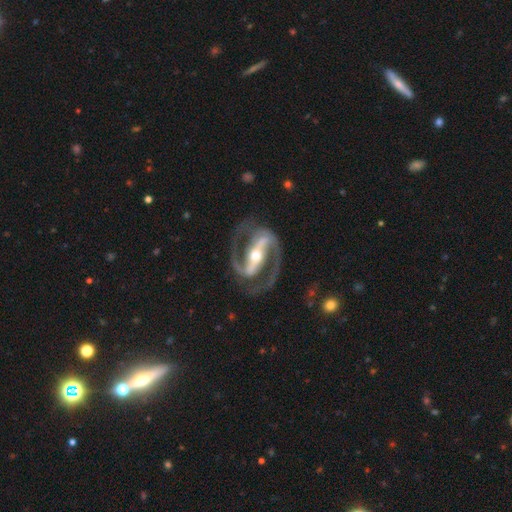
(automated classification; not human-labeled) smooth-or-featured: featured or disk: 94% | star or artifact: 3% | smooth: 3%
  disk-edge-on: no: 96% | yes: 4%
    bar: strong: 81% | weak: 13% | no: 6%
    has-spiral-arms: yes: 97% | no: 3%
      spiral-winding: medium: 60% | tight: 28% | loose: 12%
      spiral-arm-count: 2: 94% | 1: 2% | can't tell: 1% | 3: 1% | 4: 1% | more than 4: 1%
    bulge-size: moderate: 67% | small: 25% | large: 6% | dominant: 1% | none: 1%
  merging: none: 81% | minor disturbance: 11% | major disturbance: 7% | merger: 1%